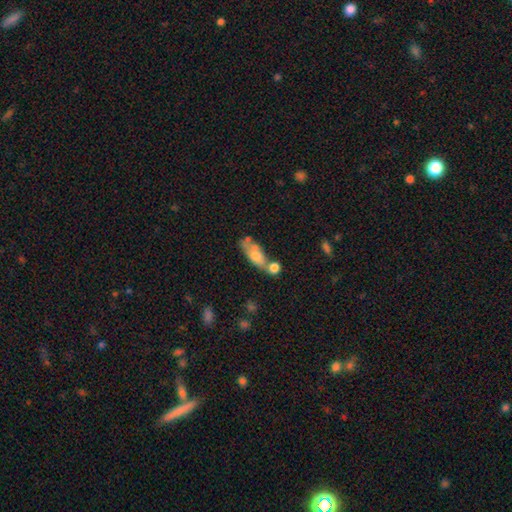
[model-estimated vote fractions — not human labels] smooth 64%, featured or disk 28%, star or artifact 8%. Down the decision tree: how rounded — in between (71%); merging — merger (41%).